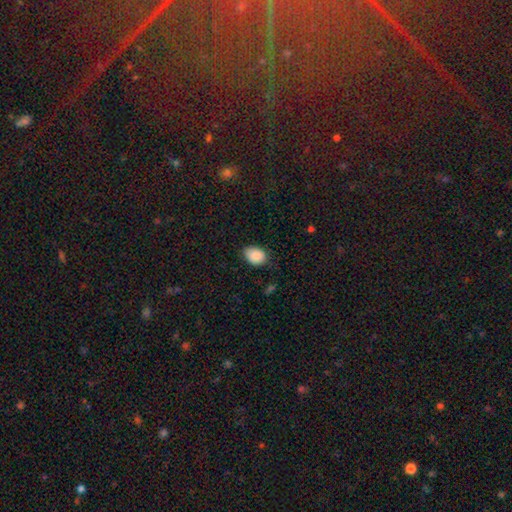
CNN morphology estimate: A smooth galaxy with no disk features (89%) that is in between round and cigar-shaped (76%). Merging: none (75%).